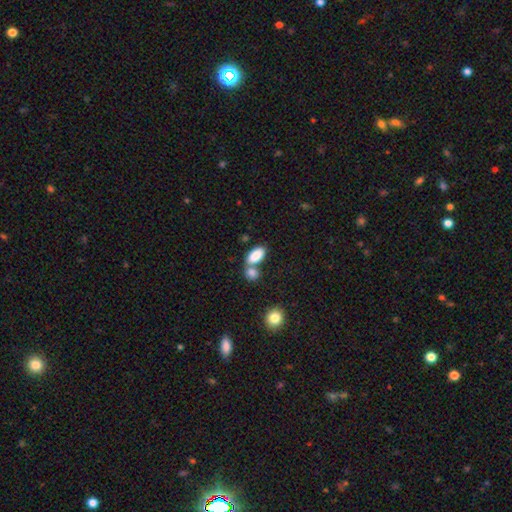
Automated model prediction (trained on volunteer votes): This is clearly a smooth galaxy (86%). How rounded: clearly in between (90%). Merging: possibly none (46%).